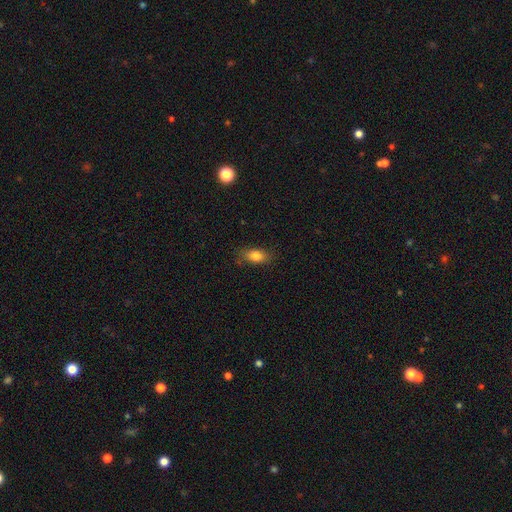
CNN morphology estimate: A smooth galaxy with no disk features (82%) that is in between round and cigar-shaped (85%). Merging: none (79%).